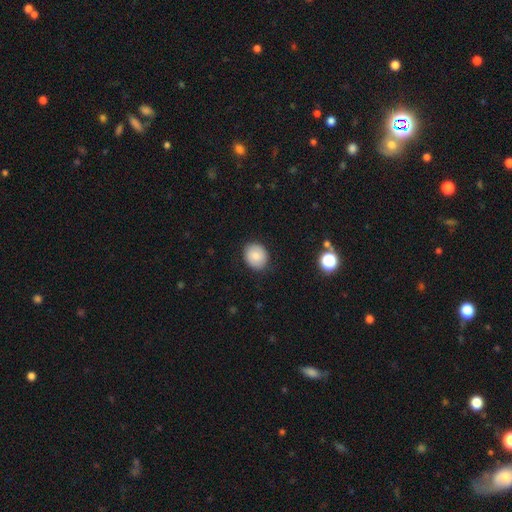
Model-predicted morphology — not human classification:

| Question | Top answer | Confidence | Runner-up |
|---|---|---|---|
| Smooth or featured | smooth | 81% | featured or disk (10%) |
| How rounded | round | 67% | in between (33%) |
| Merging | none | 86% | minor disturbance (11%) |